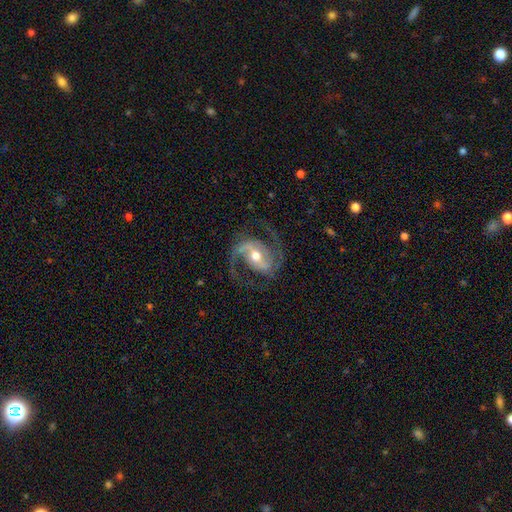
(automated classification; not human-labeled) Morphology: type=featured or disk (91%); edge-on=no (97%); bar=weak (42%); spiral arms=yes (97%); winding=medium (59%); arm count=2 (91%); bulge=moderate (71%); merging=none (76%).